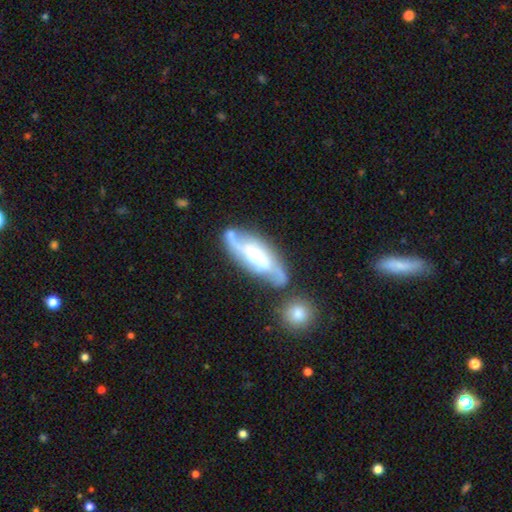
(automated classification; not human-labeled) smooth_or_featured: featured or disk (p=0.73) [alt: smooth p=0.21]
disk_edge_on: no (p=0.82) [alt: yes p=0.18]
bar: no (p=0.45) [alt: weak p=0.38]
has_spiral_arms: yes (p=0.89) [alt: no p=0.11]
spiral_winding: loose (p=0.42) [alt: medium p=0.40]
spiral_arm_count: 2 (p=0.71) [alt: can't tell p=0.15]
bulge_size: moderate (p=0.37) [alt: small p=0.29]
merging: none (p=0.53) [alt: minor disturbance p=0.20]